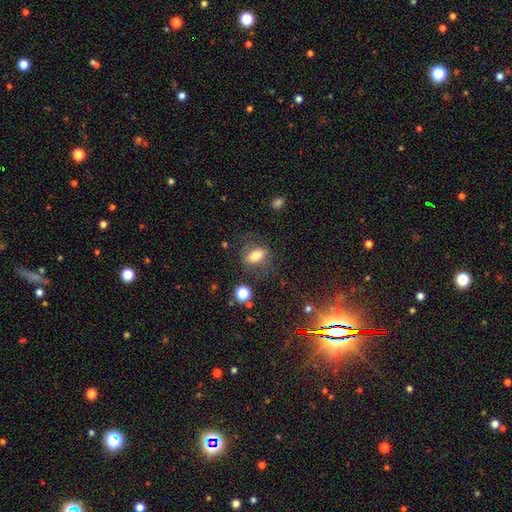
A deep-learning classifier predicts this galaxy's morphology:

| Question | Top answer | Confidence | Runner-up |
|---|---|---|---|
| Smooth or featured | smooth | 73% | featured or disk (16%) |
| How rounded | in between | 81% | round (12%) |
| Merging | none | 68% | minor disturbance (18%) |